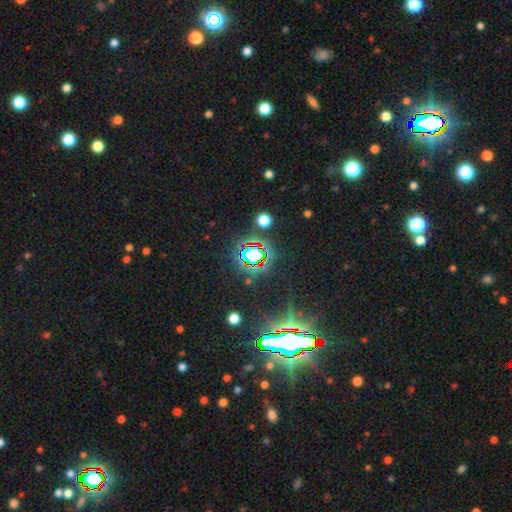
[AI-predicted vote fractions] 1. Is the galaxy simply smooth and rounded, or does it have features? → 84% star or artifact, 8% smooth, 7% featured or disk.